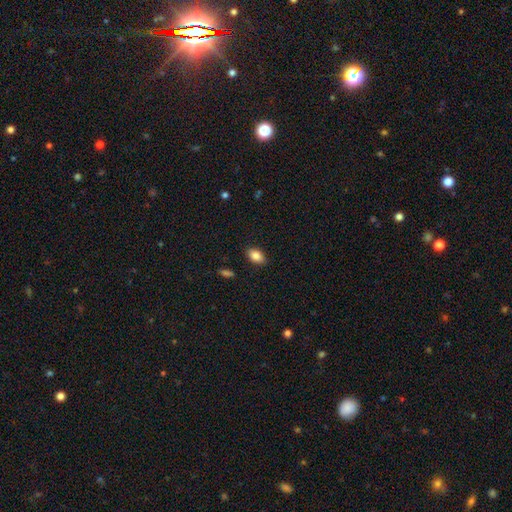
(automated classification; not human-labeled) A smooth galaxy with no disk features (86%) that is in between round and cigar-shaped (88%). Merging: none (88%).